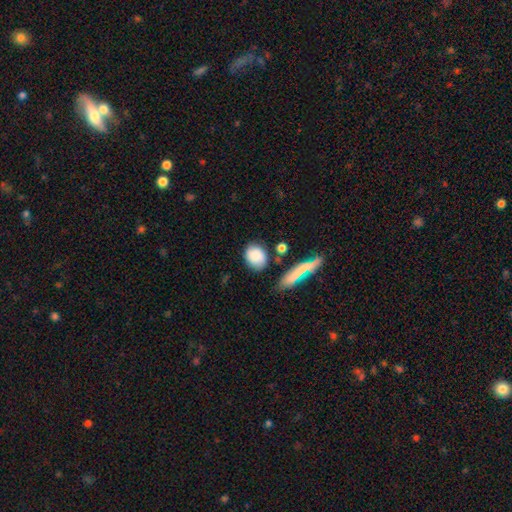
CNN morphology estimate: The model was most divided on "how rounded": in between: 51%, round: 46%, cigar-shaped: 3%. More confident: smooth or featured — smooth (82%); merging — none (68%).